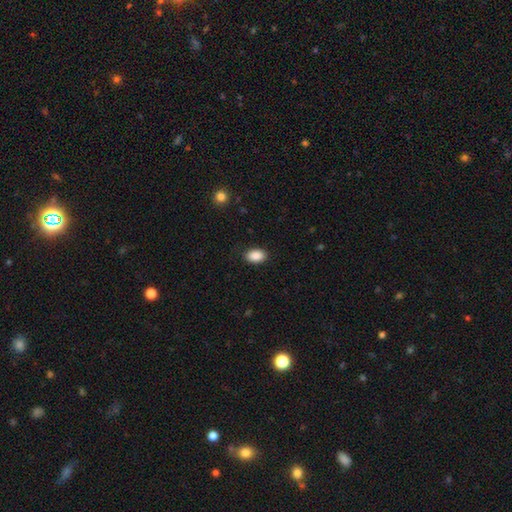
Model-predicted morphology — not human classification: This is clearly a smooth galaxy (90%). How rounded: clearly in between (87%). Merging: clearly none (88%).